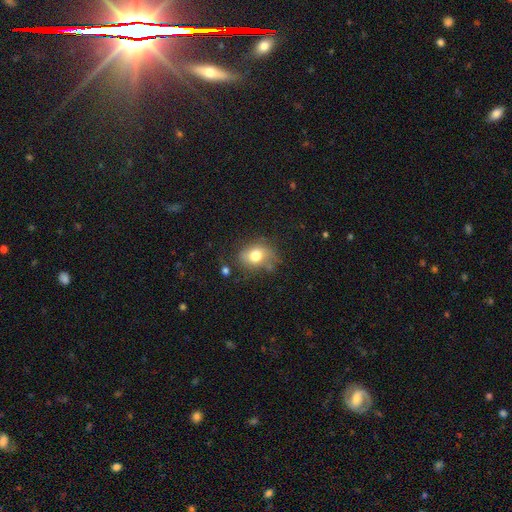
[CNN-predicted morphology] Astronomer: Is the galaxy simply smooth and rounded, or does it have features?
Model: smooth — 75%.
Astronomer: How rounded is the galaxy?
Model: in between — 57% (runner-up: round, 42%).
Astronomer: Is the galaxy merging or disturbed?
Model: none — 62%.